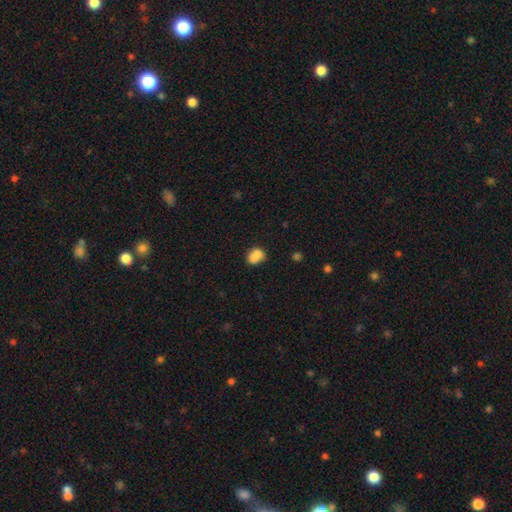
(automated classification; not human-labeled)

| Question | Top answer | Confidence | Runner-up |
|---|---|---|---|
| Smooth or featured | smooth | 81% | featured or disk (10%) |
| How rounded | in between | 63% | round (35%) |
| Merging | none | 50% | merger (24%) |